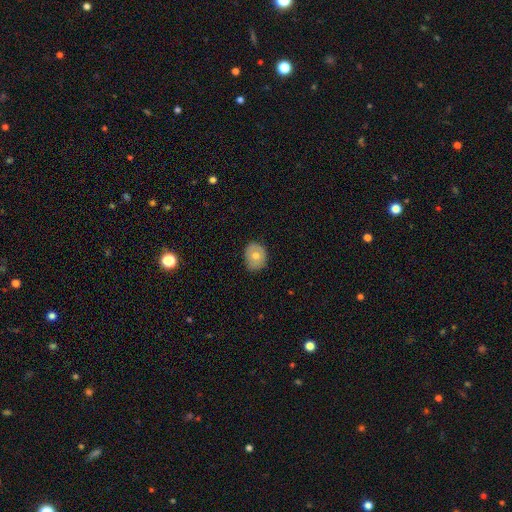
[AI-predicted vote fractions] smooth 64%, featured or disk 28%, star or artifact 8%. Down the decision tree: how rounded — round (61%); merging — none (74%).